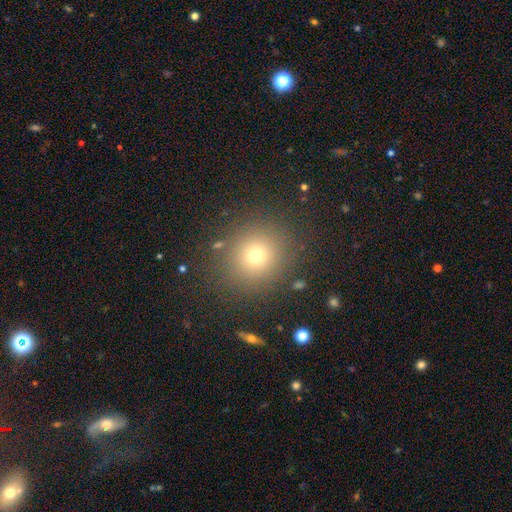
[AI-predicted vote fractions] This appears to be a smooth galaxy with no disk features (71%) that is round (87%). Merging: none (88%).